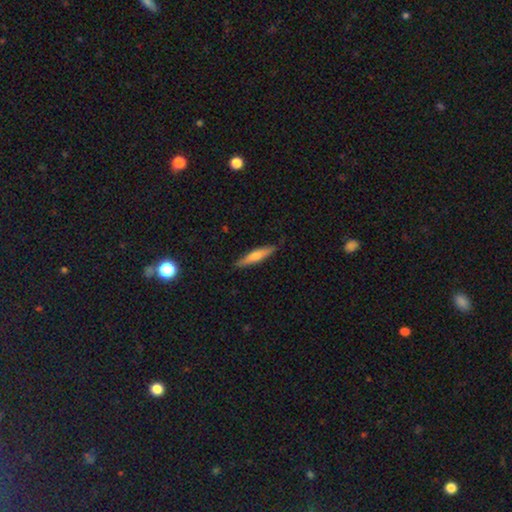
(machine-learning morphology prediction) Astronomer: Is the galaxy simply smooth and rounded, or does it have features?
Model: smooth — 50% (runner-up: featured or disk, 44%).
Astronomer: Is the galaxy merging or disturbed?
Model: none — 87%.